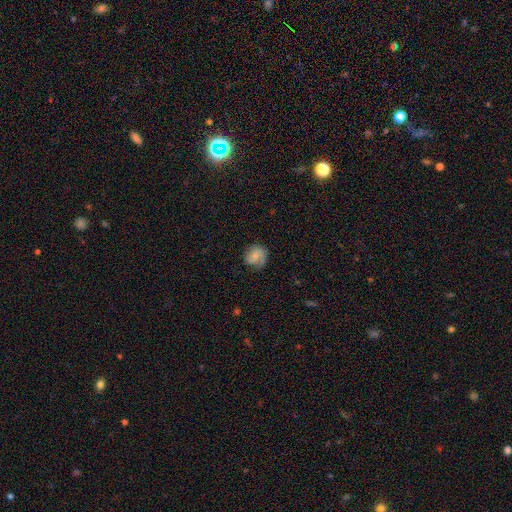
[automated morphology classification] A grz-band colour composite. It shows a smooth galaxy with no disk features (54%) that is round (73%). Merging: none (62%).